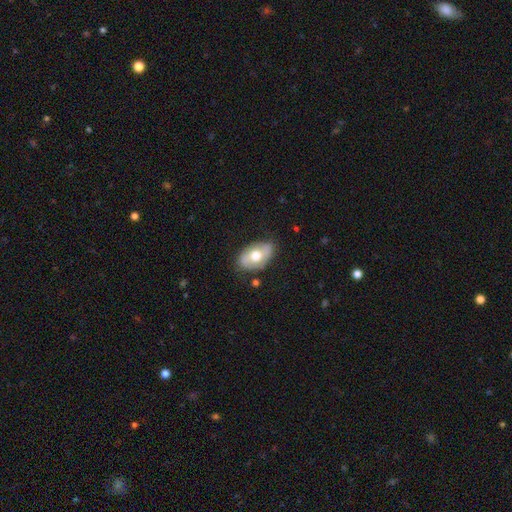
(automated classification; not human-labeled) Smooth or featured? smooth (54%)
How rounded? in between (89%)
Merging? none (71%)